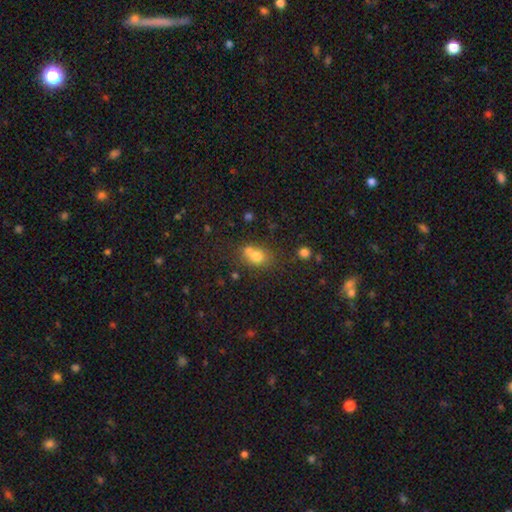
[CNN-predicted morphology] Smooth or featured? Predicted: smooth (p=0.72). How rounded? Predicted: round (p=0.56). Merging? Predicted: merger (p=0.42, tied with none).